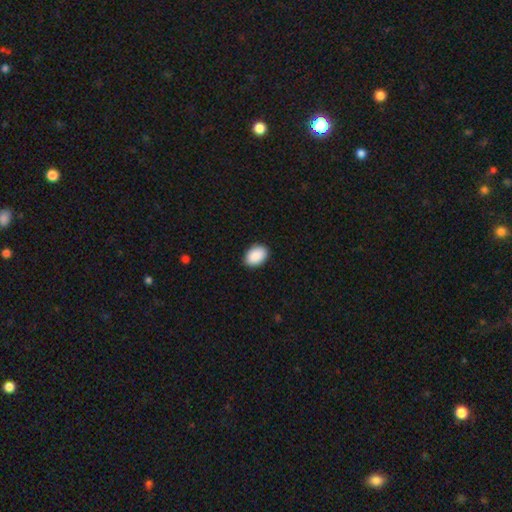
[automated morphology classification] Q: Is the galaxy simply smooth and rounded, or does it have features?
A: smooth — 91%.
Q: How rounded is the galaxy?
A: in between — 84%.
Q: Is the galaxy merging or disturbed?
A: none — 89%.